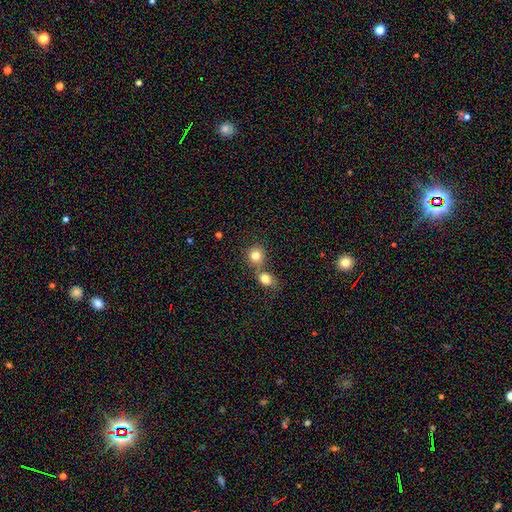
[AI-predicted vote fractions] Morphology: type=smooth (81%); roundness=round (86%); merging=none (51%).